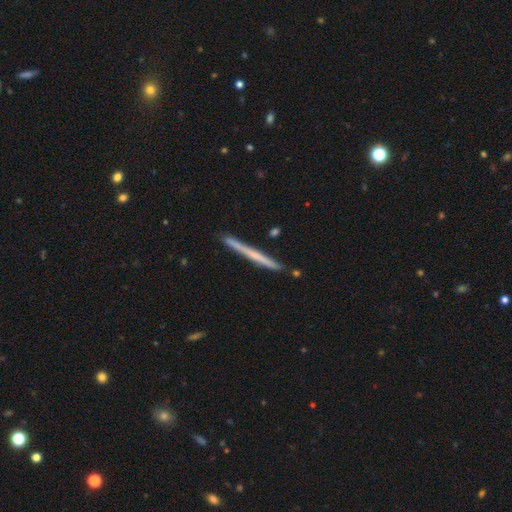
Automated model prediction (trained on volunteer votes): Smooth or featured: featured or disk — 49% (smooth — 46%)
Merging: none — 88% (minor disturbance — 9%)